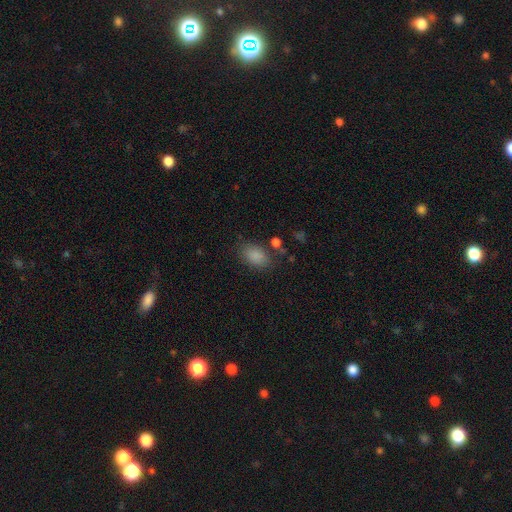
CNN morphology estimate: type=smooth (85%); roundness=in between (85%); merging=none (77%).